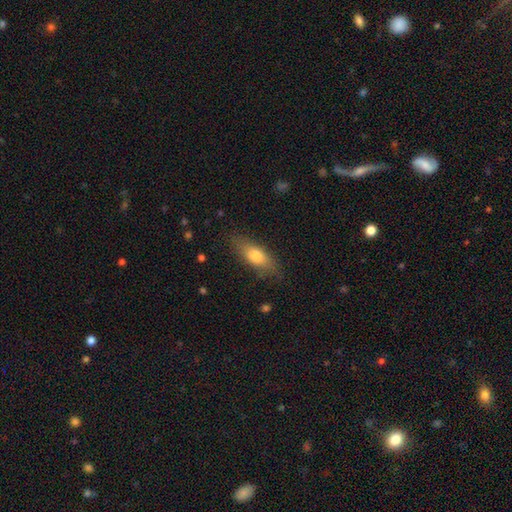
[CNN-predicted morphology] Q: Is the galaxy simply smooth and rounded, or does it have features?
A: smooth — 72%.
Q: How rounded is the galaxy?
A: in between — 64%.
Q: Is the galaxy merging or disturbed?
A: none — 79%.